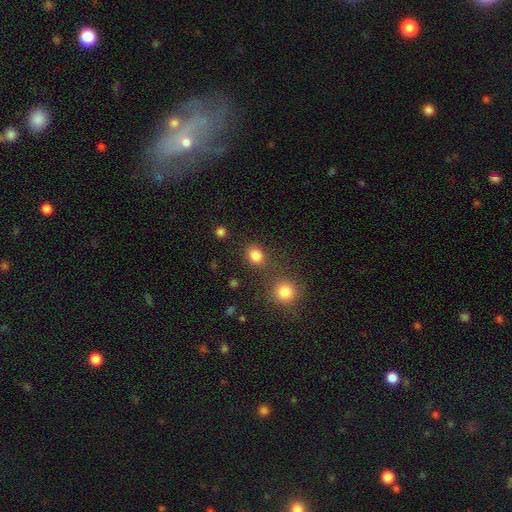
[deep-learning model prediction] smooth 83%, star or artifact 12%, featured or disk 5%. Down the decision tree: how rounded — round (61%); merging — none (75%).